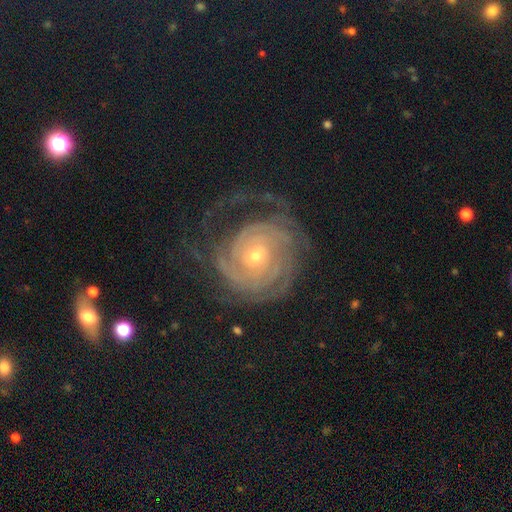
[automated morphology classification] Smooth or featured: featured or disk — 88% (star or artifact — 6%)
Edge-on disk: no — 97% (yes — 3%)
Bar: no — 67% (weak — 24%)
Spiral arms: yes — 97% (no — 3%)
Spiral winding: tight — 80% (medium — 16%)
Spiral arm count: can't tell — 31% (2 — 20%)
Bulge size: small — 63% (moderate — 33%)
Merging: none — 65% (minor disturbance — 17%)